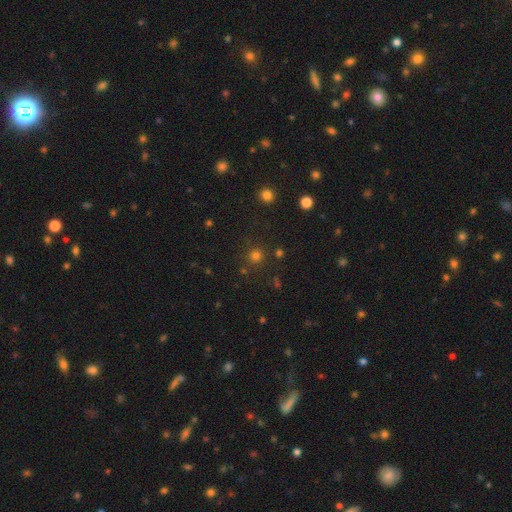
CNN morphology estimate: A smooth galaxy with no disk features (73%) that is round (93%). Merging: none (85%).